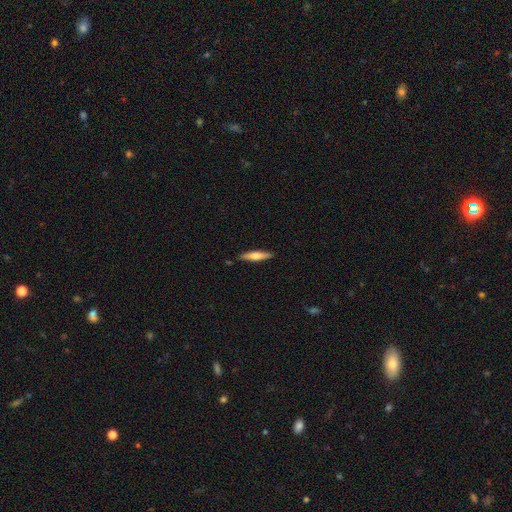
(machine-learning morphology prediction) A smooth galaxy with no disk features (56%) that is cigar-shaped (81%).

Vote fractions:
- Smooth or featured? smooth: 56% / featured or disk: 38% / star or artifact: 5%
- How rounded? cigar-shaped: 81% / in between: 17% / round: 2%
- Merging? none: 87% / minor disturbance: 10% / merger: 2% / major disturbance: 2%